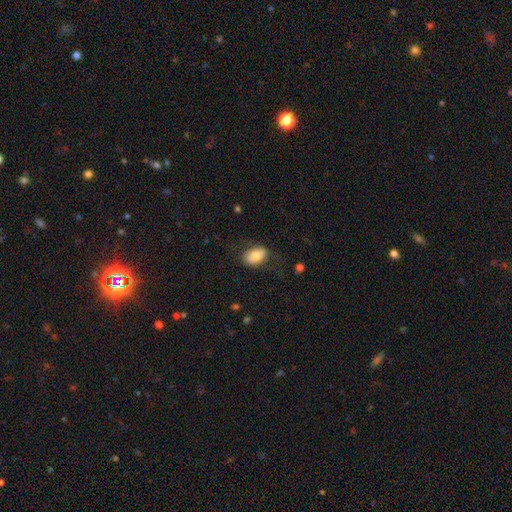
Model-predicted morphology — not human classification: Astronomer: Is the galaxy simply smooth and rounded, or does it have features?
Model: smooth — 77%.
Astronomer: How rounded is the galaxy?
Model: in between — 90%.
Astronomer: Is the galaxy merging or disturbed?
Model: none — 73%.